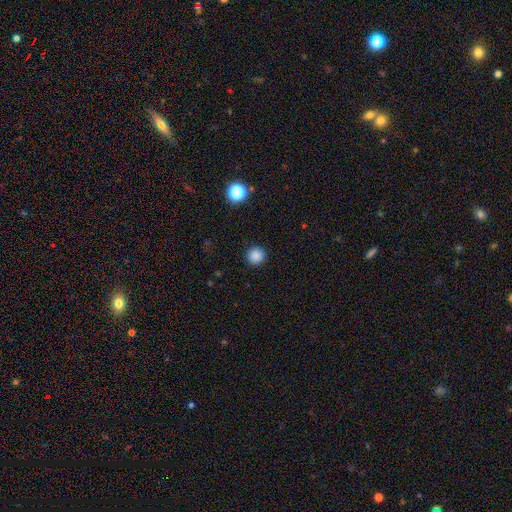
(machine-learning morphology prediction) This appears to be a smooth galaxy with no disk features (86%) that is round (94%). Merging: none (91%).